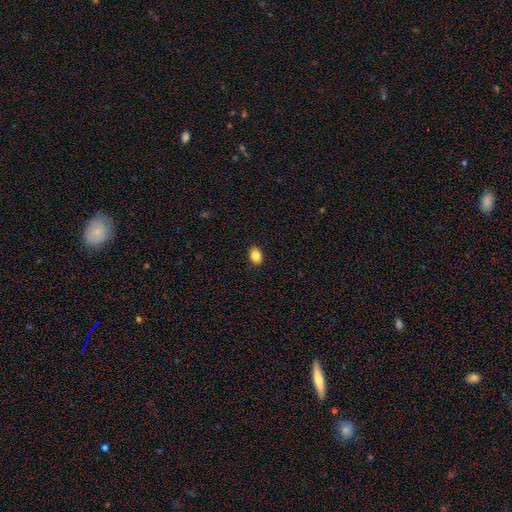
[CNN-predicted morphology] Smooth or featured?
  - smooth: 85% *
  - star or artifact: 9%
  - featured or disk: 5%
How rounded?
  - in between: 70% *
  - round: 29%
  - cigar-shaped: 1%
Merging?
  - none: 89% *
  - minor disturbance: 8%
  - major disturbance: 2%
  - merger: 1%